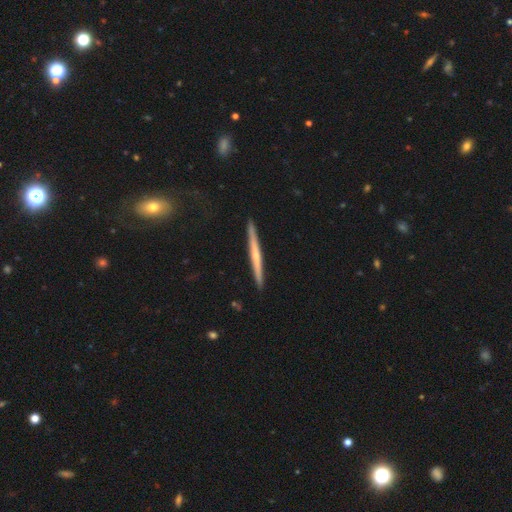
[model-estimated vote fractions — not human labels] Overall: featured or disk (58%; smooth 37%). Edge-on disk: yes (97%). Edge-on bulge: none (58%; rounded 37%). Merging: none (90%).